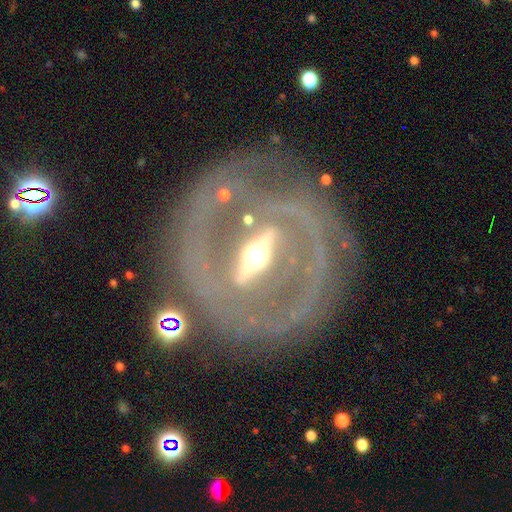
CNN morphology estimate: A featured or disk galaxy (87%) with a strong bar (79%), spiral arms (64%) and a moderate central bulge (65%). Merging: none (68%).